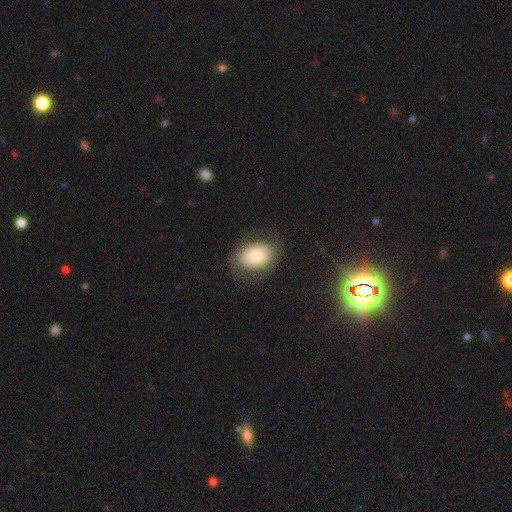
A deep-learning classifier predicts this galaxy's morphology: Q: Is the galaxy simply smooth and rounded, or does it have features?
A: smooth — 67%.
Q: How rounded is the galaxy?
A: in between — 68%.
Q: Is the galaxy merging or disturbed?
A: none — 74%.